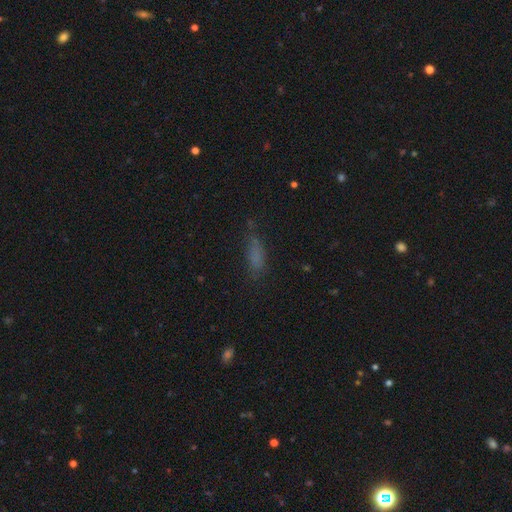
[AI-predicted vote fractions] Overall: smooth (70%). How rounded: in between (51%; cigar-shaped 46%). Merging: none (61%; minor disturbance 24%).